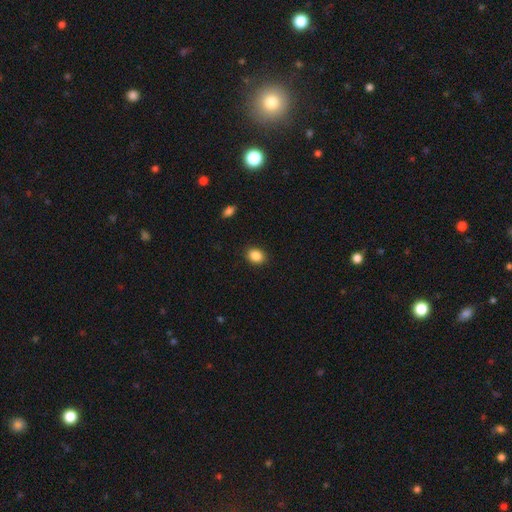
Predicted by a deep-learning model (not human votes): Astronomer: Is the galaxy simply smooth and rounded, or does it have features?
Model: smooth — 87%.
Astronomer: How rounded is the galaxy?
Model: in between — 61% (runner-up: round, 38%).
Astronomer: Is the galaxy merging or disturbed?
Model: none — 89%.